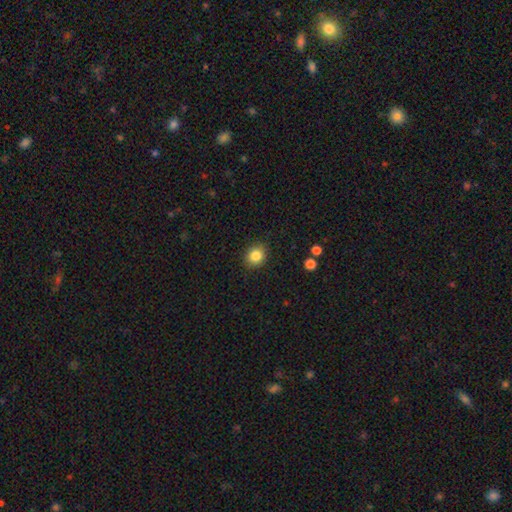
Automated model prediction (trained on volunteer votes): The model was most divided on "how rounded": round: 76%, in between: 23%, cigar-shaped: 1%. More confident: merging — none (89%); smooth or featured — smooth (84%).